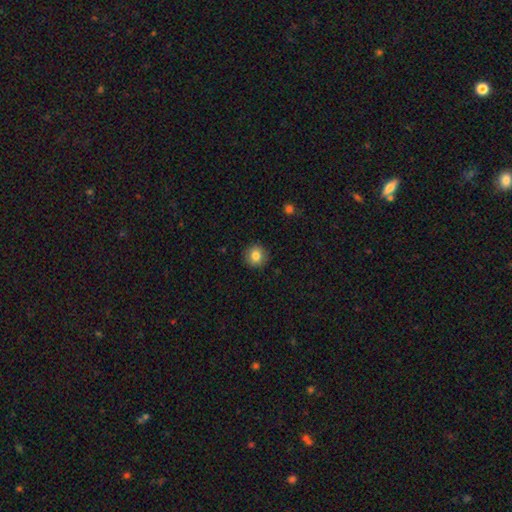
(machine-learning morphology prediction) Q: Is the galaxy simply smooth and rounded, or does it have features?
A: smooth — 83%.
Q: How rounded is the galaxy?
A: round — 93%.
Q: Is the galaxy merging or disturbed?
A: none — 90%.